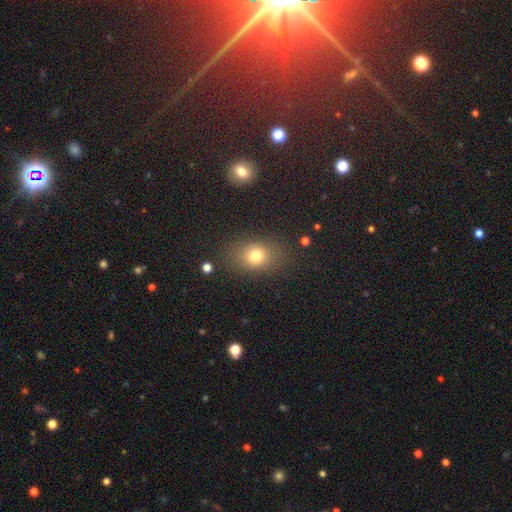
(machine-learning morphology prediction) Smooth or featured: smooth — 76% (star or artifact — 14%)
How rounded: in between — 59% (round — 40%)
Merging: none — 80% (minor disturbance — 12%)